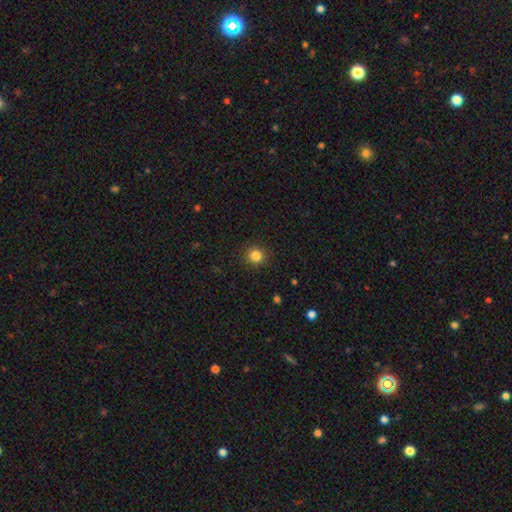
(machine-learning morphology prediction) smooth_or_featured: smooth (p=0.84) [alt: star or artifact p=0.12]
how_rounded: round (p=0.90) [alt: in between p=0.09]
merging: none (p=0.90) [alt: minor disturbance p=0.07]